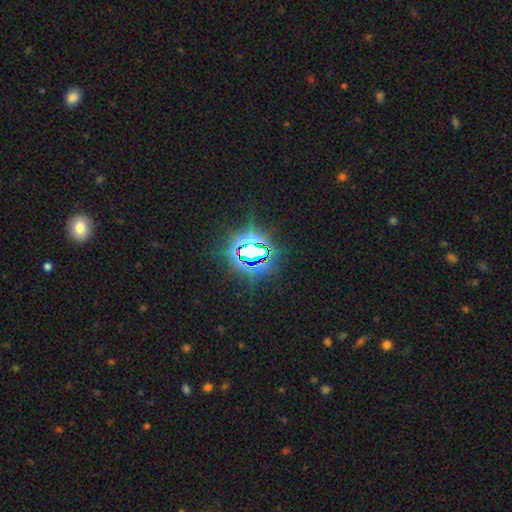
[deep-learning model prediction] Smooth or featured? Predicted: star or artifact (p=0.79).